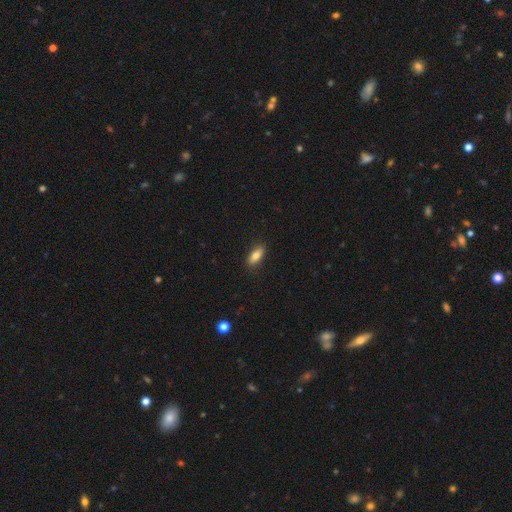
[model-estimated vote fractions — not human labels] Morphology: type=smooth (81%); roundness=in between (78%); merging=none (86%).